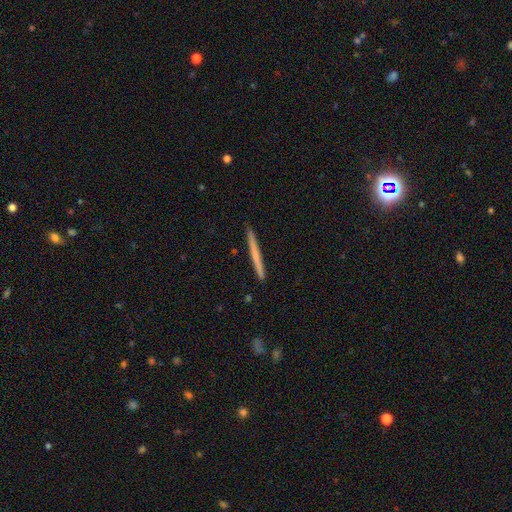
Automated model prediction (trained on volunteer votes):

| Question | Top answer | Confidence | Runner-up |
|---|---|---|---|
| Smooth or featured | smooth | 53% | featured or disk (41%) |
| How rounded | cigar-shaped | 97% | in between (2%) |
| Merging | none | 92% | minor disturbance (5%) |